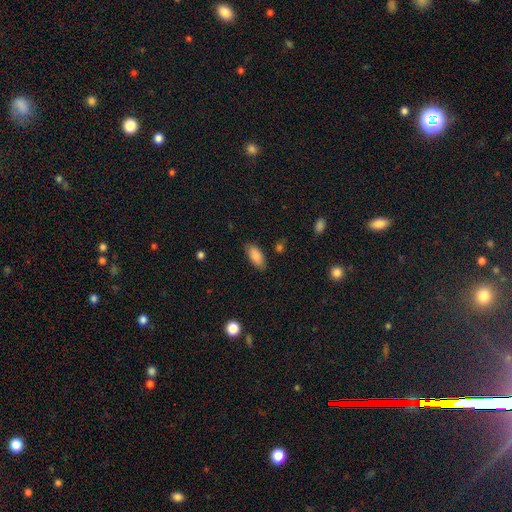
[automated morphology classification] Q: Smooth or featured?
A: smooth (87%); runner-up: star or artifact (7%)
Q: How rounded?
A: in between (90%); runner-up: cigar-shaped (8%)
Q: Merging?
A: none (83%); runner-up: minor disturbance (12%)